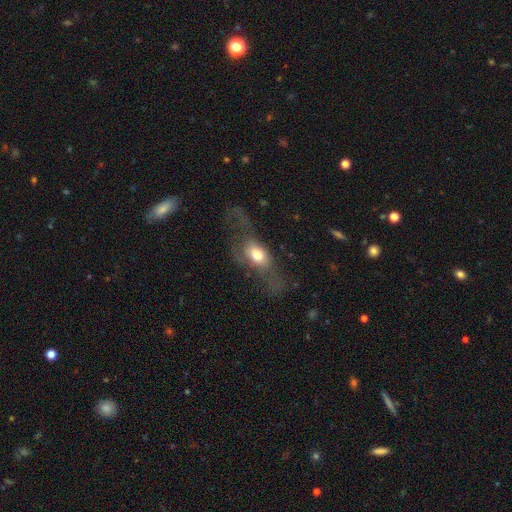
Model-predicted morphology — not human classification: smooth 52%, featured or disk 40%, star or artifact 8%. Down the decision tree: how rounded — in between (73%); merging — major disturbance (46%).